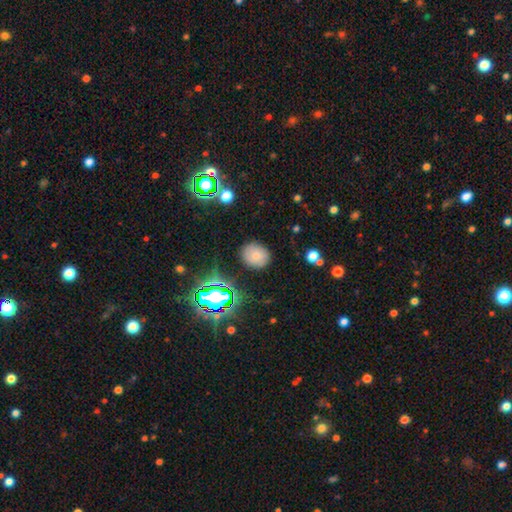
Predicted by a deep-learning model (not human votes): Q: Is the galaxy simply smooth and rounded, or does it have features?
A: smooth — 71%.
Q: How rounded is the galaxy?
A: round — 62%.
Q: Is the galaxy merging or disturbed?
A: none — 84%.